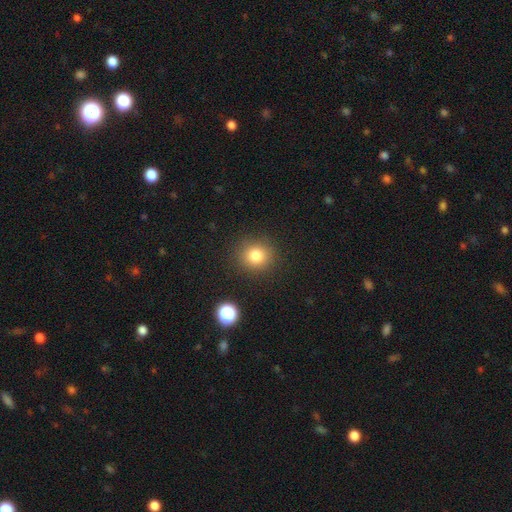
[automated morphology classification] smooth-or-featured: smooth: 81% | star or artifact: 13% | featured or disk: 6%
  how-rounded: round: 87% | in between: 12% | cigar-shaped: 1%
  merging: none: 88% | minor disturbance: 7% | major disturbance: 3% | merger: 2%